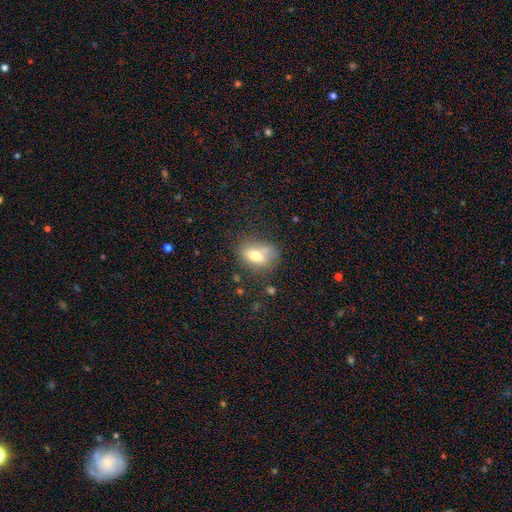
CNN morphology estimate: Smooth or featured? smooth (72%)
How rounded? in between (79%)
Merging? none (54%)